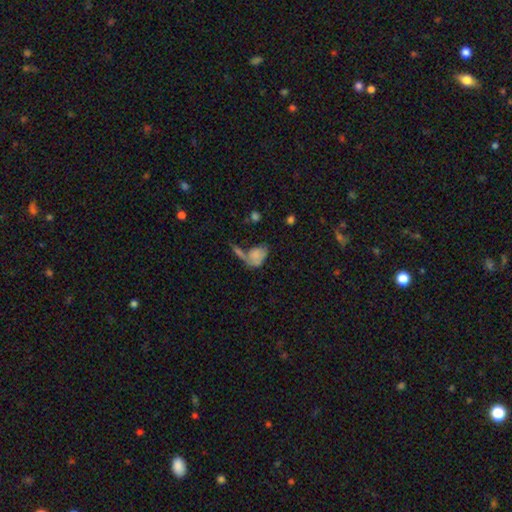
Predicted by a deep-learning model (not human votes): This appears to be a smooth galaxy with no disk features (72%) that is in between round and cigar-shaped (75%). Merging: merger (35%).